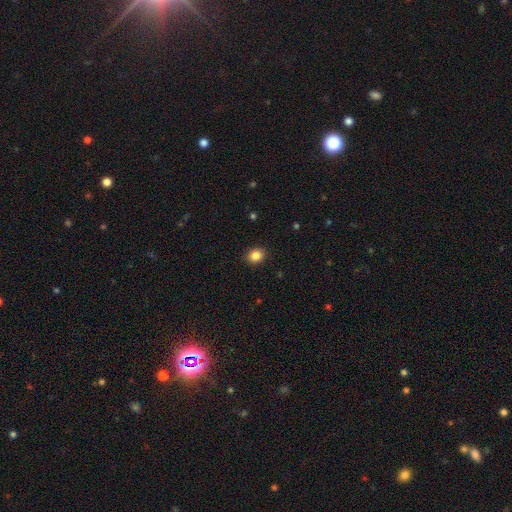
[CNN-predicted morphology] A smooth galaxy with no disk features (86%) that is round (61%). Merging: none (91%).